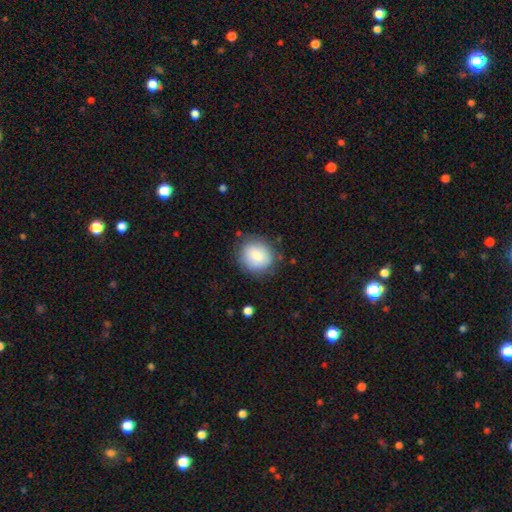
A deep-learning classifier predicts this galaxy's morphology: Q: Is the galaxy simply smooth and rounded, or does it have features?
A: smooth — 81%.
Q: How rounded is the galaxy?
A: round — 78%.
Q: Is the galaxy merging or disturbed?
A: none — 79%.